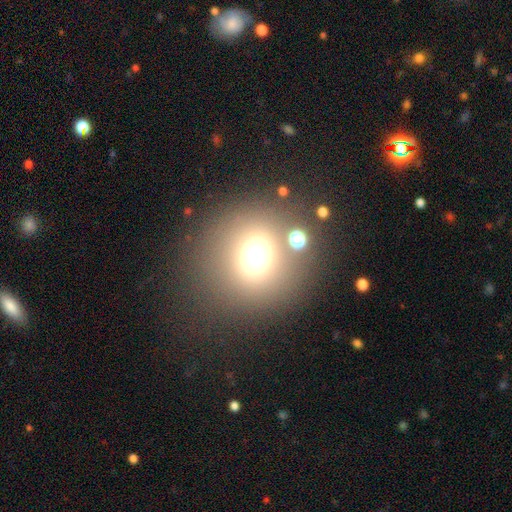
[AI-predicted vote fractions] Q: Smooth or featured?
A: smooth (66%); runner-up: star or artifact (23%)
Q: How rounded?
A: round (89%); runner-up: in between (10%)
Q: Merging?
A: none (76%); runner-up: minor disturbance (9%)